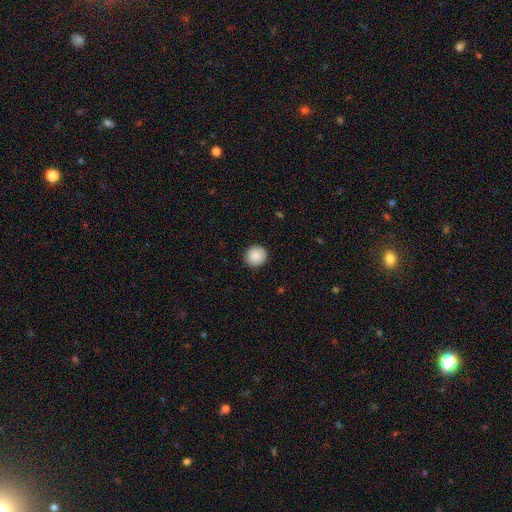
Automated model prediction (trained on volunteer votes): Smooth or featured?
  - smooth: 88% *
  - star or artifact: 7%
  - featured or disk: 4%
How rounded?
  - round: 89% *
  - in between: 10%
  - cigar-shaped: 1%
Merging?
  - none: 90% *
  - minor disturbance: 8%
  - major disturbance: 2%
  - merger: 1%